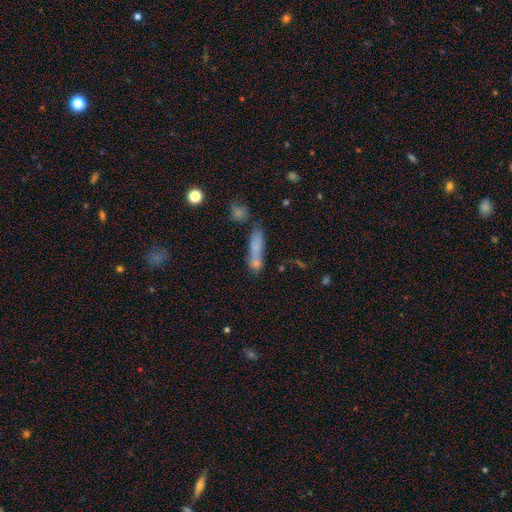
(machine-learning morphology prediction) The model was most divided on "merging": none: 51%, merger: 28%, minor disturbance: 14%, major disturbance: 7%. More confident: how rounded — cigar-shaped (70%); smooth or featured — smooth (65%).